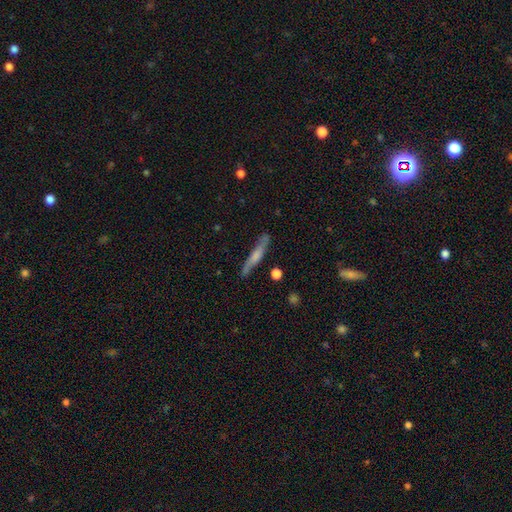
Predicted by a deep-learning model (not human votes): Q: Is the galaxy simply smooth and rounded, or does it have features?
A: featured or disk — 47%.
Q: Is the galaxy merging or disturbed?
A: none — 78%.